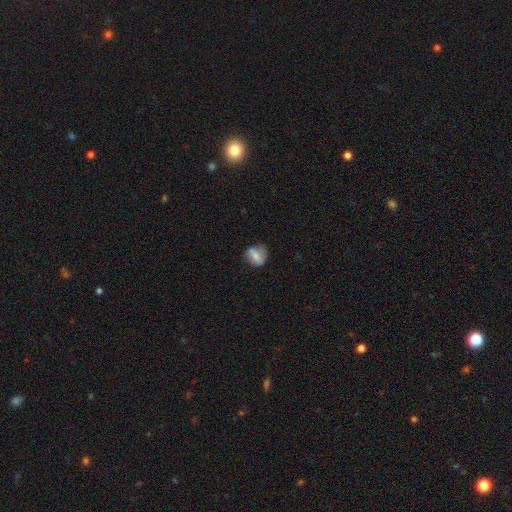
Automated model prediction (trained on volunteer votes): A smooth galaxy with no disk features (59%) that is round (58%). Merging: none (55%).